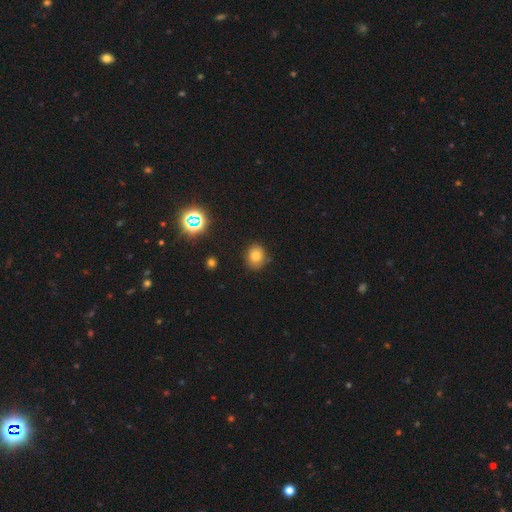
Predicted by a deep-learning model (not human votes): Q: Smooth or featured?
A: smooth (77%); runner-up: star or artifact (15%)
Q: How rounded?
A: round (62%); runner-up: in between (37%)
Q: Merging?
A: none (81%); runner-up: minor disturbance (14%)